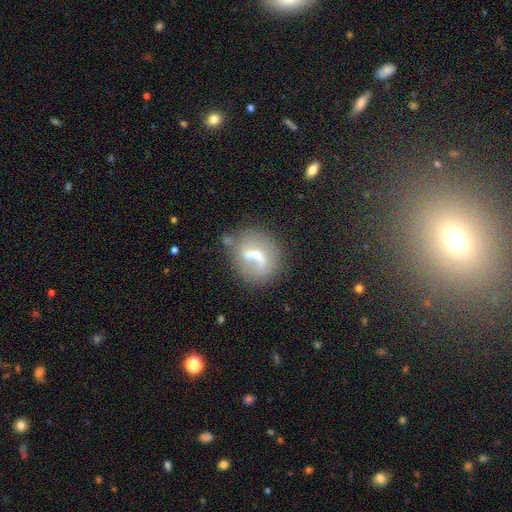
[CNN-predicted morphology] A featured or disk galaxy (51%). Merging: none (46%).